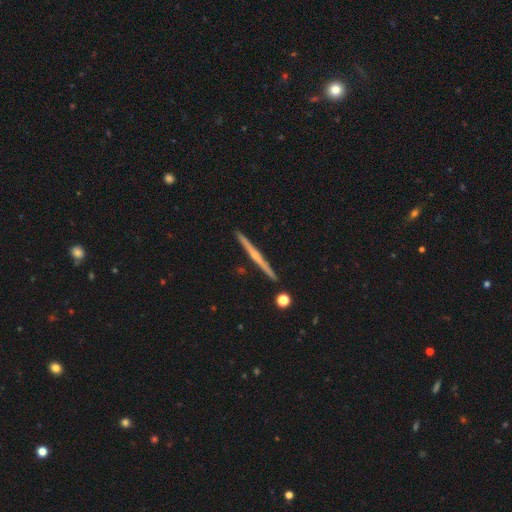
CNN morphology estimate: Smooth or featured: featured or disk — 72% (smooth — 22%)
Edge-on disk: yes — 98% (no — 2%)
Edge-on bulge: rounded — 56% (none — 38%)
Merging: none — 92% (minor disturbance — 5%)